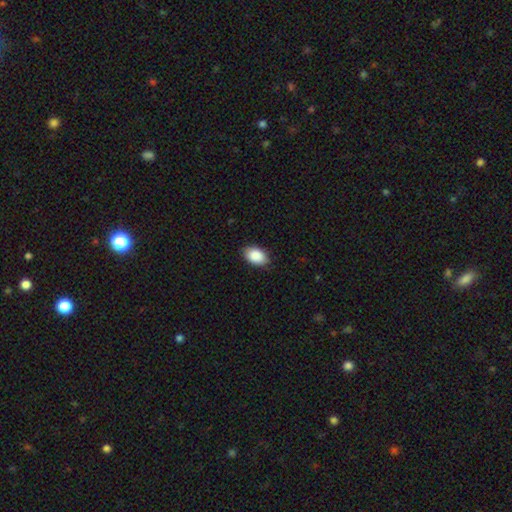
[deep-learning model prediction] A smooth galaxy with no disk features (90%) that is in between round and cigar-shaped (92%).

Vote fractions:
- Smooth or featured? smooth: 90% / star or artifact: 6% / featured or disk: 3%
- How rounded? in between: 92% / round: 7% / cigar-shaped: 1%
- Merging? none: 87% / minor disturbance: 10% / major disturbance: 2% / merger: 1%